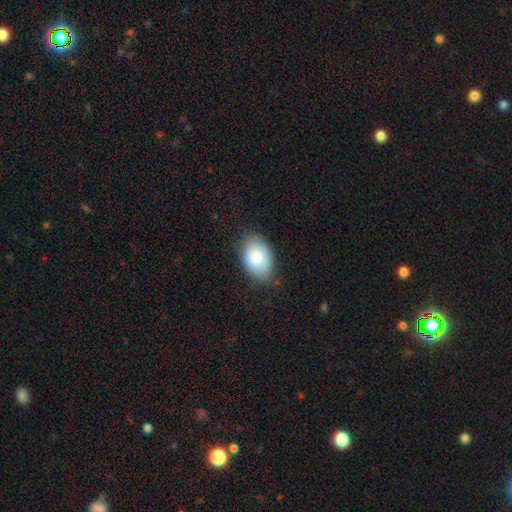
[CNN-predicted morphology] Smooth or featured: smooth — 83% (featured or disk — 10%)
How rounded: in between — 87% (round — 12%)
Merging: none — 81% (minor disturbance — 15%)